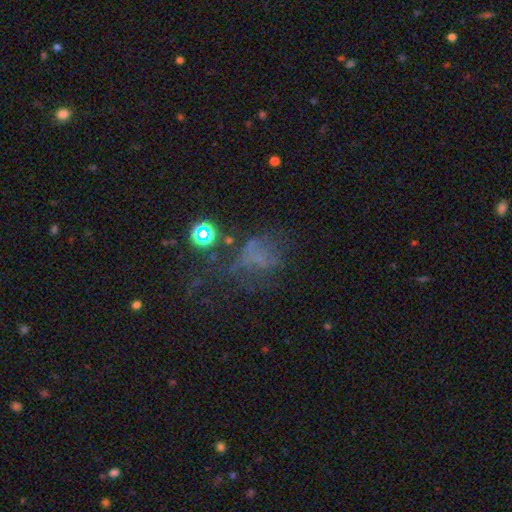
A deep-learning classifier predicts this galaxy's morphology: type=smooth (39%); merging=none (39%).